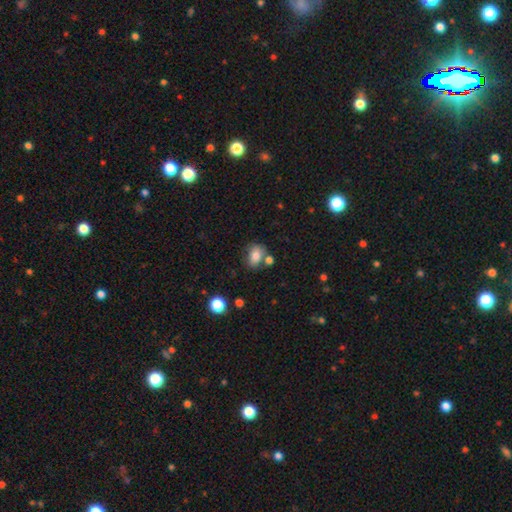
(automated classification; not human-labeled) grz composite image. It shows a smooth galaxy with no disk features (79%) that is in between round and cigar-shaped (67%). Merging: none (58%).